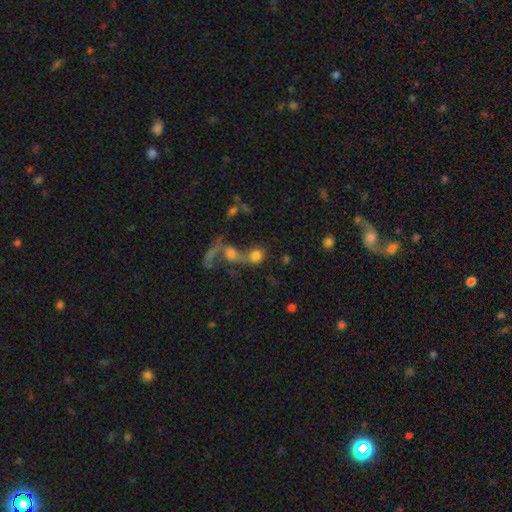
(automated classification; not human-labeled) This appears to be a smooth galaxy with no disk features (65%) that is round (79%). Merging: merger (61%).